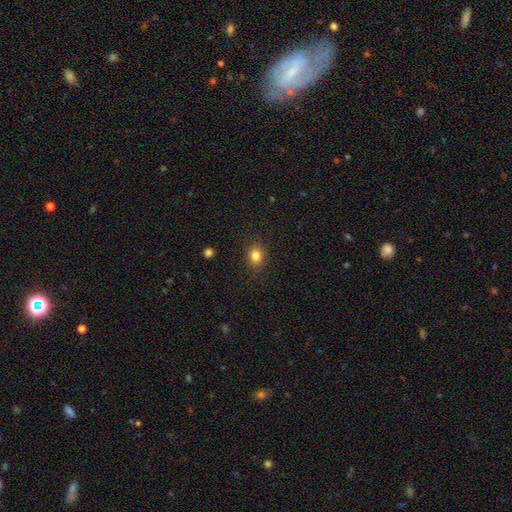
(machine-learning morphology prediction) Smooth or featured?
  - smooth: 83% *
  - star or artifact: 12%
  - featured or disk: 6%
How rounded?
  - round: 58% *
  - in between: 41%
  - cigar-shaped: 1%
Merging?
  - none: 87% *
  - minor disturbance: 9%
  - major disturbance: 3%
  - merger: 1%